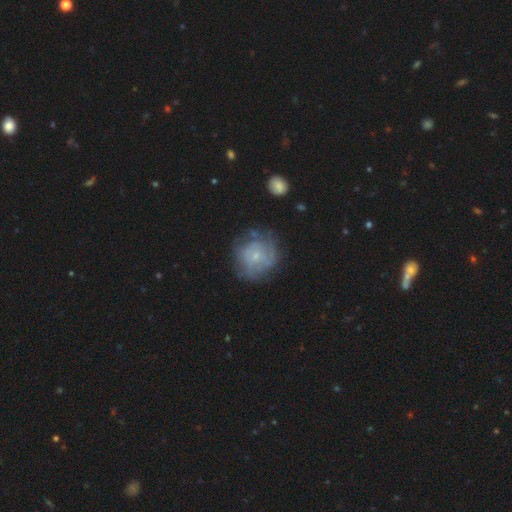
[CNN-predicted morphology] Q: Smooth or featured?
A: featured or disk (64%); runner-up: smooth (28%)
Q: Edge-on disk?
A: no (98%); runner-up: yes (2%)
Q: Bar?
A: no (75%); runner-up: weak (22%)
Q: Spiral arms?
A: yes (74%); runner-up: no (26%)
Q: Bulge size?
A: small (76%); runner-up: moderate (17%)
Q: Merging?
A: none (63%); runner-up: minor disturbance (21%)